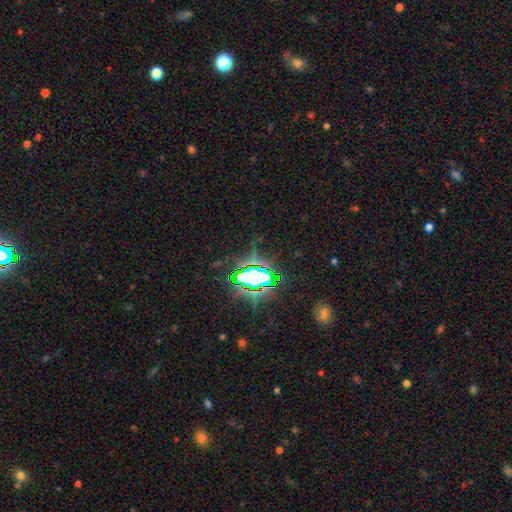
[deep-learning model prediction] The model was most divided on "smooth or featured": star or artifact: 83%, smooth: 10%, featured or disk: 7%.